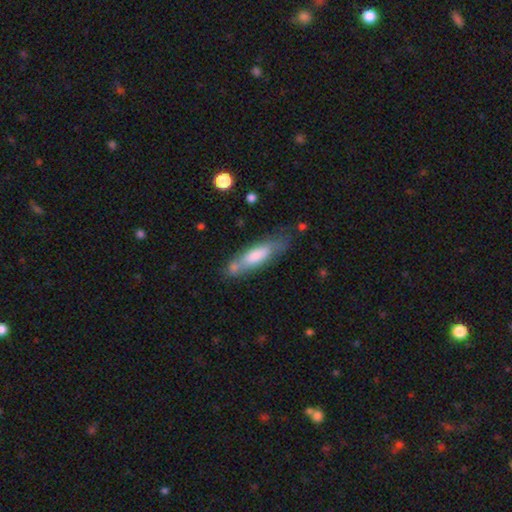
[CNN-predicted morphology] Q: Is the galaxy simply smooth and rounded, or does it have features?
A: smooth — 67%.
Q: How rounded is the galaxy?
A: cigar-shaped — 60%.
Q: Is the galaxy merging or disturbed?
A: none — 58%.